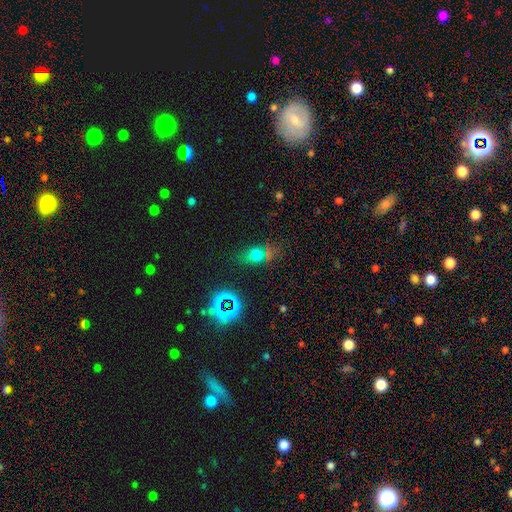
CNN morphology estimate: Smooth or featured?
  - smooth: 49% *
  - star or artifact: 36%
  - featured or disk: 15%
Merging?
  - none: 64% *
  - minor disturbance: 16%
  - merger: 13%
  - major disturbance: 7%